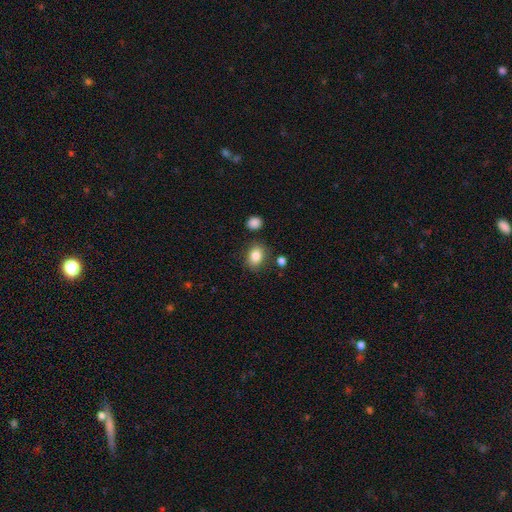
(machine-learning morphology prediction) Smooth or featured? Predicted: smooth (p=0.84). How rounded? Predicted: in between (p=0.61). Merging? Predicted: none (p=0.80).